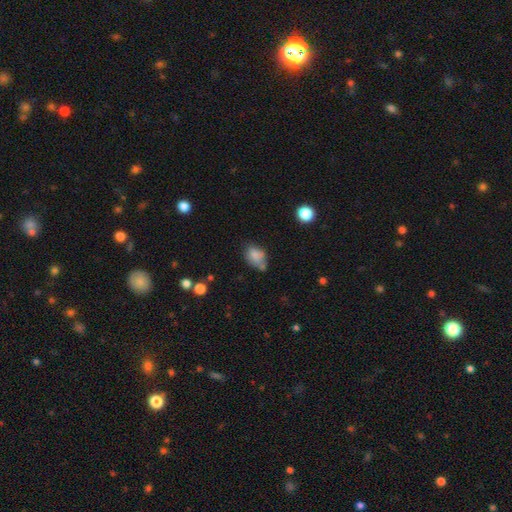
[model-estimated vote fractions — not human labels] Smooth or featured: smooth — 77% (featured or disk — 12%)
How rounded: in between — 73% (round — 26%)
Merging: none — 42% (minor disturbance — 30%)